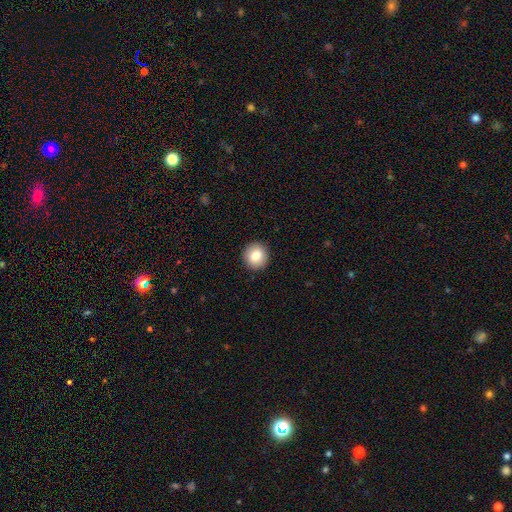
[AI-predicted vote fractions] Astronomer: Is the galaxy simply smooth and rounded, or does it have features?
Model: smooth — 84%.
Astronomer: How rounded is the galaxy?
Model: round — 91%.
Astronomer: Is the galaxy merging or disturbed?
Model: none — 92%.